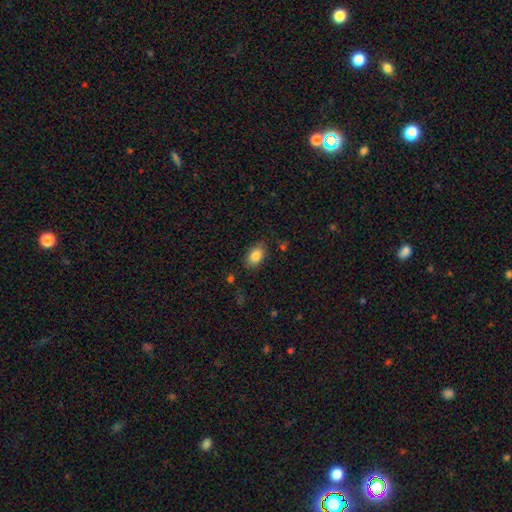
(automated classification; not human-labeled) The model was most divided on "merging": none: 80%, minor disturbance: 15%, major disturbance: 3%, merger: 2%. More confident: how rounded — in between (87%); smooth or featured — smooth (83%).